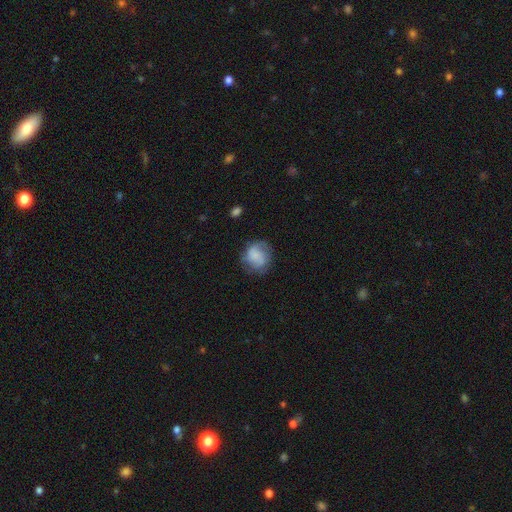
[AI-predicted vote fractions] Smooth or featured? smooth (60%)
How rounded? round (76%)
Merging? none (63%)